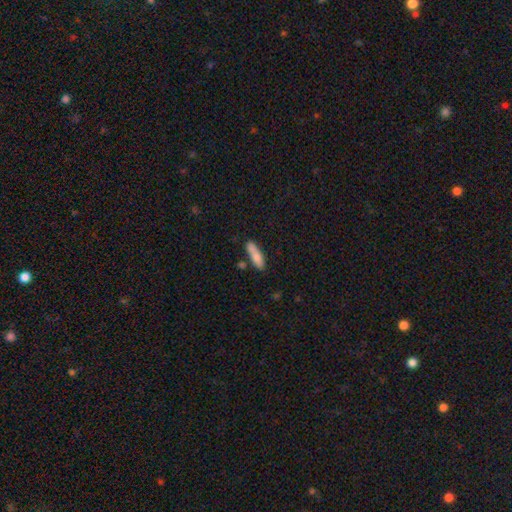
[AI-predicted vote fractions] smooth_or_featured: smooth (p=0.80) [alt: featured or disk p=0.13]
how_rounded: cigar-shaped (p=0.59) [alt: in between p=0.39]
merging: none (p=0.65) [alt: minor disturbance p=0.17]